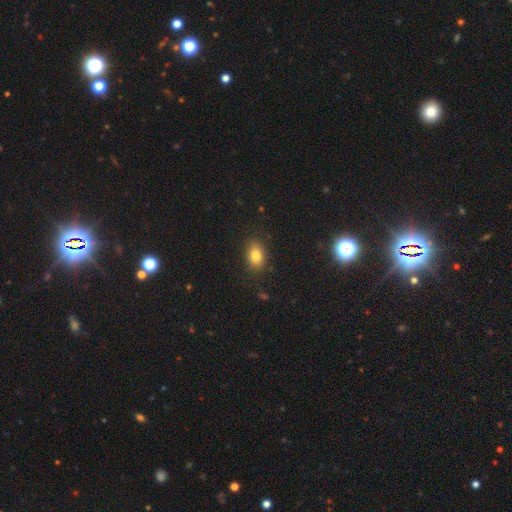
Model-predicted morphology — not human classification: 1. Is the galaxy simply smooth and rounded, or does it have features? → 82% smooth, 10% star or artifact, 8% featured or disk.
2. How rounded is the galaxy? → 79% in between, 20% round, 1% cigar-shaped.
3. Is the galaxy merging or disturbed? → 85% none, 11% minor disturbance, 3% major disturbance, 1% merger.